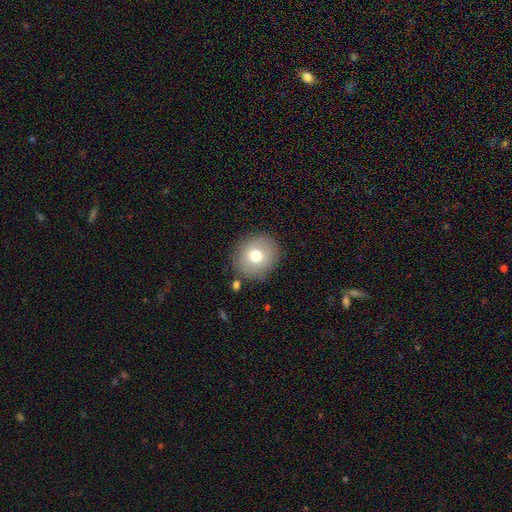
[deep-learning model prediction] smooth 75%, featured or disk 15%, star or artifact 10%. Down the decision tree: how rounded — round (88%); merging — none (85%).